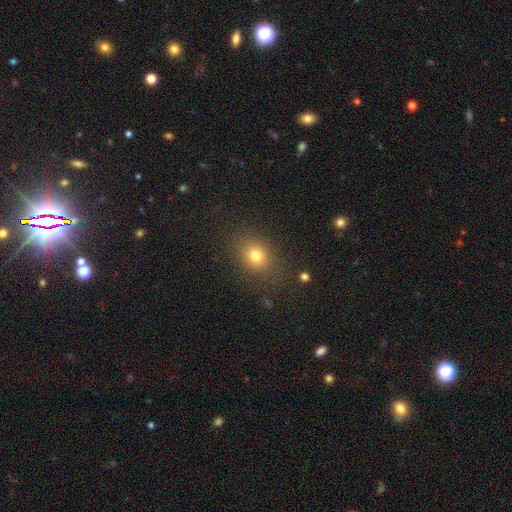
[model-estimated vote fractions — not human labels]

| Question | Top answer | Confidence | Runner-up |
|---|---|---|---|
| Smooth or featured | smooth | 76% | star or artifact (15%) |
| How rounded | round | 53% | in between (45%) |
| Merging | none | 82% | minor disturbance (12%) |